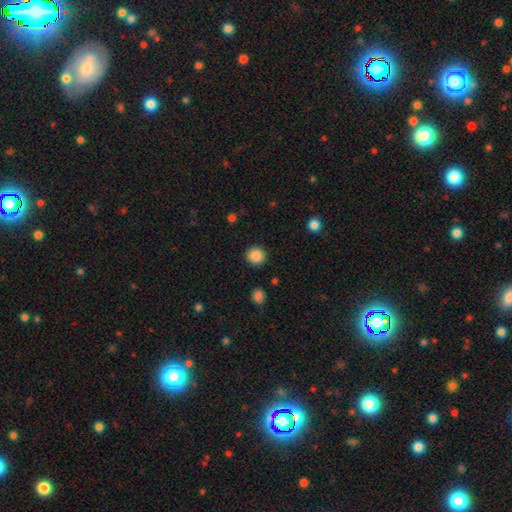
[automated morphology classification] A smooth galaxy with no disk features (88%) that is round (93%).

Vote fractions:
- Smooth or featured? smooth: 88% / star or artifact: 9% / featured or disk: 3%
- How rounded? round: 93% / in between: 6% / cigar-shaped: 1%
- Merging? none: 91% / minor disturbance: 5% / major disturbance: 2% / merger: 1%